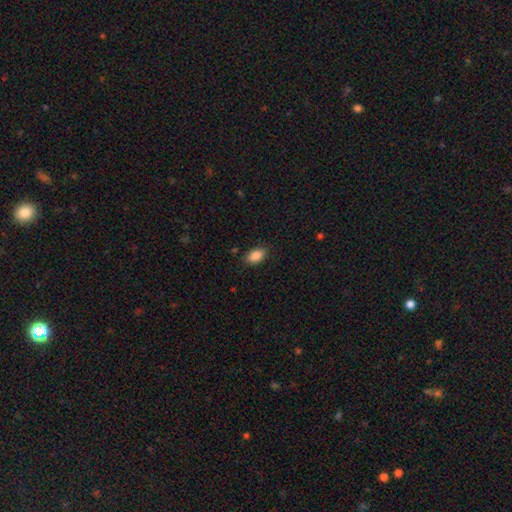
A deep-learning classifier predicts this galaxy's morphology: Q: Smooth or featured?
A: smooth (88%); runner-up: star or artifact (8%)
Q: How rounded?
A: in between (91%); runner-up: round (7%)
Q: Merging?
A: none (86%); runner-up: minor disturbance (11%)